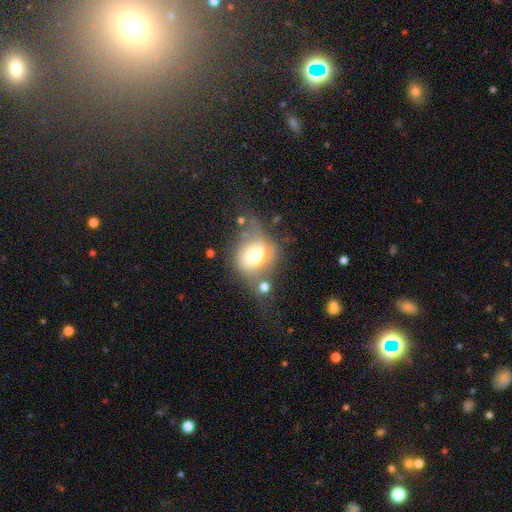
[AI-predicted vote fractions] This appears to be a smooth galaxy with no disk features (54%) that is round (59%). Merging: major disturbance (30%).